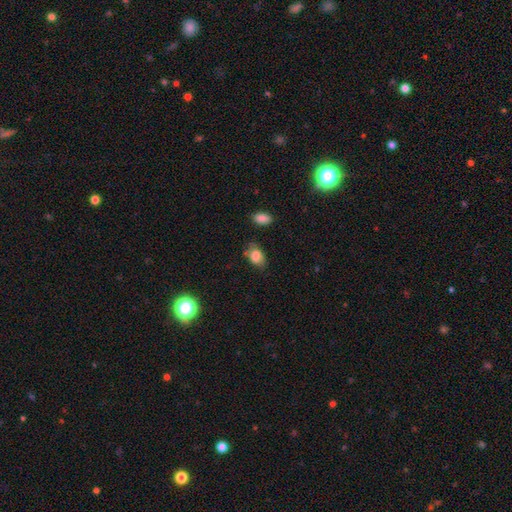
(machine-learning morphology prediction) The model was most divided on "merging": none: 62%, minor disturbance: 27%, major disturbance: 7%, merger: 4%. More confident: how rounded — in between (87%); smooth or featured — smooth (78%).